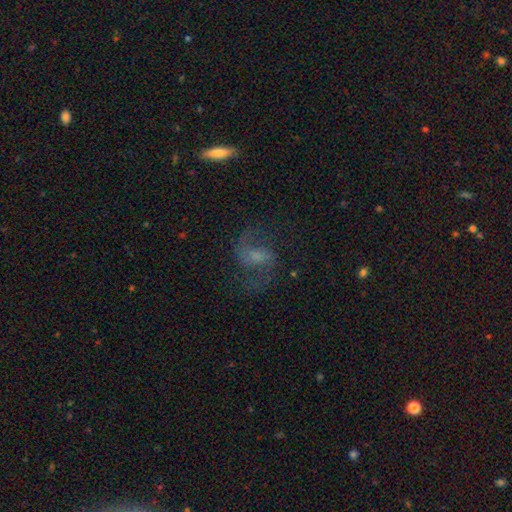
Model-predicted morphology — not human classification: Smooth or featured: featured or disk — 75% (smooth — 14%)
Edge-on disk: no — 97% (yes — 3%)
Bar: weak — 50% (no — 33%)
Spiral arms: yes — 93% (no — 7%)
Spiral winding: loose — 52% (medium — 41%)
Spiral arm count: 2 — 91% (can't tell — 3%)
Bulge size: small — 35% (moderate — 34%)
Merging: none — 68% (major disturbance — 15%)